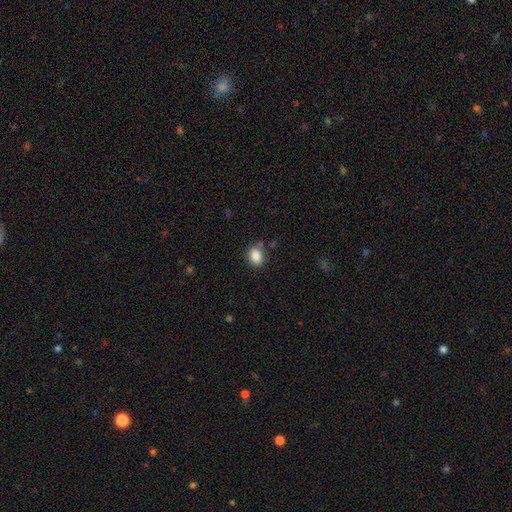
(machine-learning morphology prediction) Smooth or featured: smooth — 86% (star or artifact — 9%)
How rounded: in between — 61% (round — 38%)
Merging: none — 80% (minor disturbance — 12%)